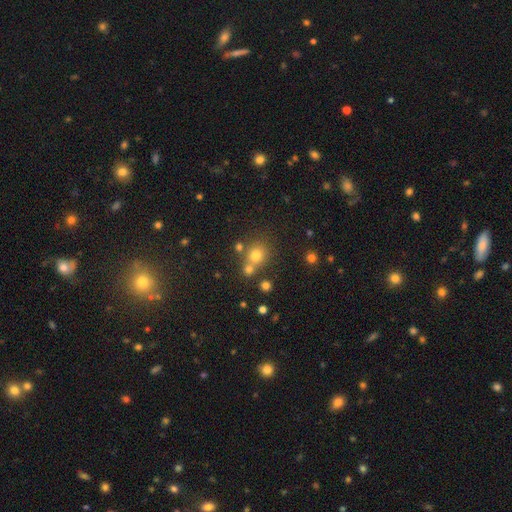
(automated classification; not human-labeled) A smooth galaxy with no disk features (72%) that is round (85%). Merging: none (59%).